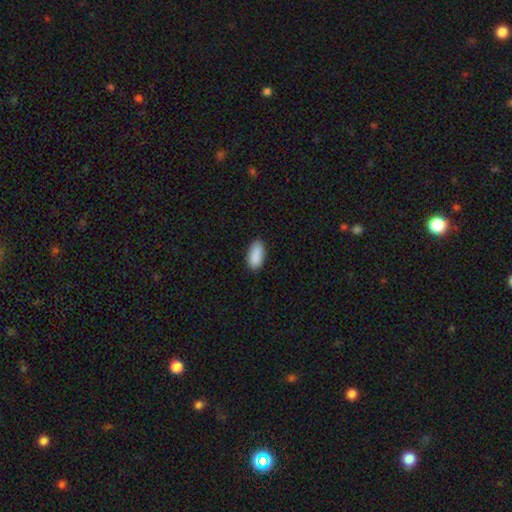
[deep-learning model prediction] The model was most divided on "merging": none: 84%, minor disturbance: 12%, major disturbance: 2%, merger: 1%. More confident: how rounded — in between (91%); smooth or featured — smooth (90%).